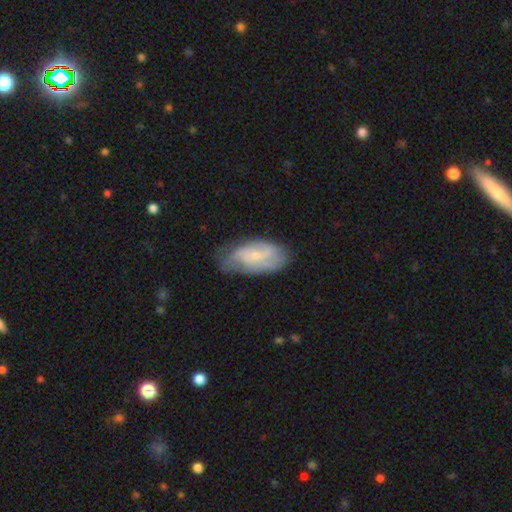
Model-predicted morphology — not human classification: Smooth or featured?
  - featured or disk: 61% *
  - smooth: 33%
  - star or artifact: 6%
Edge-on disk?
  - no: 95% *
  - yes: 5%
Bar?
  - no: 61% *
  - weak: 33%
  - strong: 6%
Spiral arms?
  - yes: 83% *
  - no: 17%
Bulge size?
  - small: 70% *
  - moderate: 23%
  - none: 5%
  - large: 1%
  - dominant: 1%
Merging?
  - none: 58% *
  - minor disturbance: 30%
  - major disturbance: 11%
  - merger: 2%